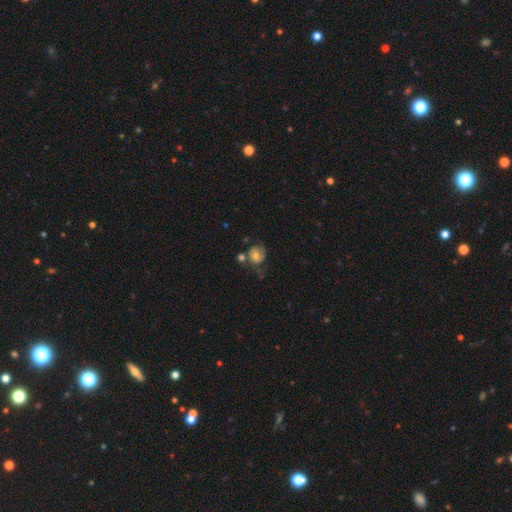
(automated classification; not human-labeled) Overall: featured or disk (50%; smooth 41%). Edge-on disk: no (97%). Merging: none (41%; minor disturbance 25%).